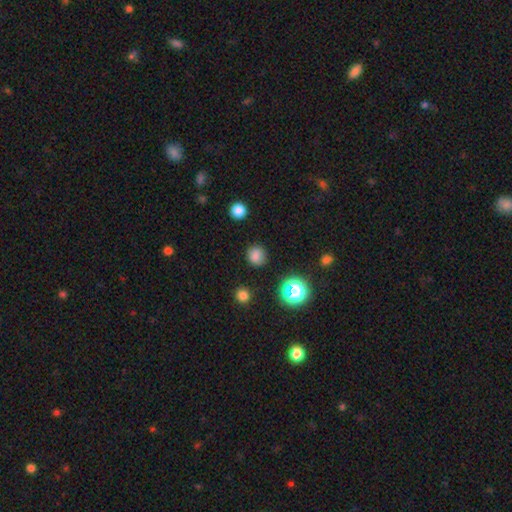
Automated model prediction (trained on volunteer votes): Smooth or featured: smooth — 77% (star or artifact — 17%)
How rounded: round — 87% (in between — 12%)
Merging: none — 87% (minor disturbance — 8%)